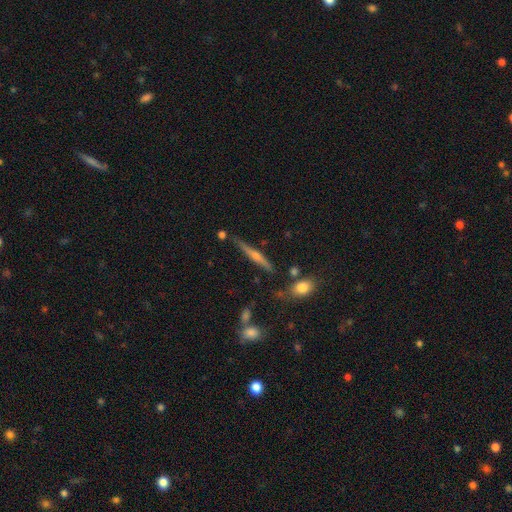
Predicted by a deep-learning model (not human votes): featured or disk 68%, smooth 19%, star or artifact 13%. Down the decision tree: edge-on disk — yes (95%); edge-on bulge — rounded (81%); merging — none (78%).